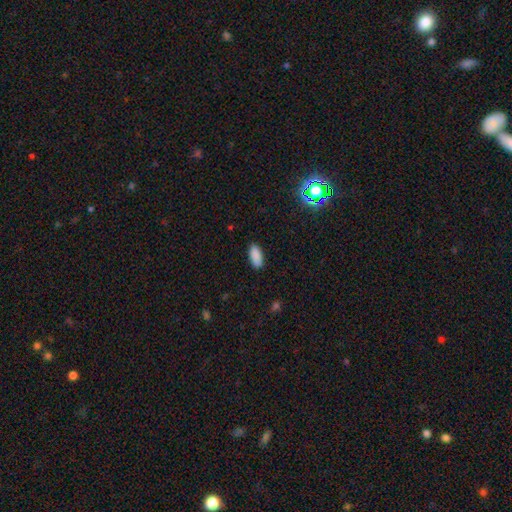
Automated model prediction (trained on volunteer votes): smooth-or-featured: smooth: 88% | star or artifact: 8% | featured or disk: 4%
  how-rounded: in between: 91% | cigar-shaped: 7% | round: 2%
  merging: none: 88% | minor disturbance: 9% | major disturbance: 2% | merger: 1%